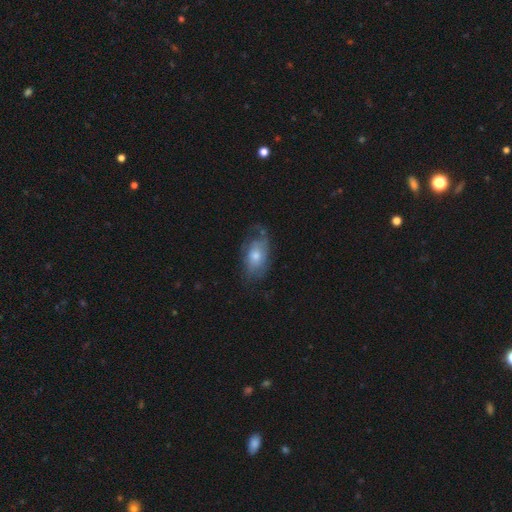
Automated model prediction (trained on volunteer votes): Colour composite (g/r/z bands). It shows a smooth galaxy with no disk features (50%) that is in between round and cigar-shaped (88%). Merging: none (51%).